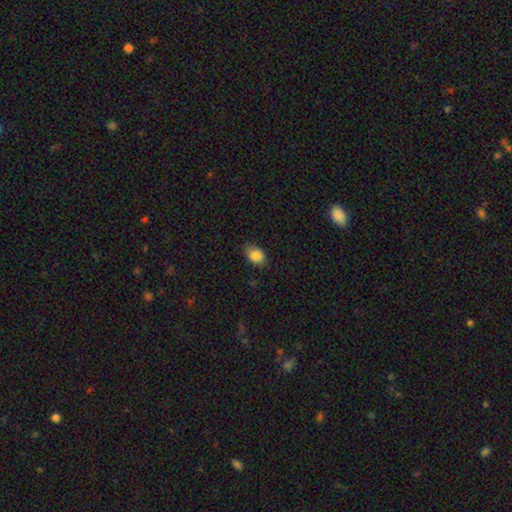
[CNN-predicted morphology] This appears to be a smooth galaxy with no disk features (87%) that is in between round and cigar-shaped (71%). Merging: none (73%).